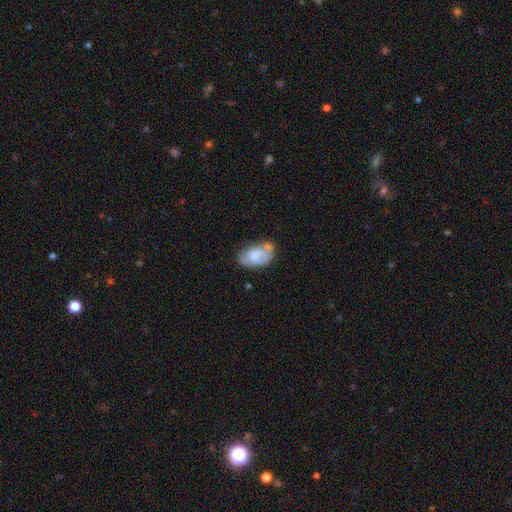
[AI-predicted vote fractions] Q: Smooth or featured?
A: smooth (59%); runner-up: featured or disk (34%)
Q: How rounded?
A: in between (92%); runner-up: round (7%)
Q: Merging?
A: none (48%); runner-up: minor disturbance (30%)